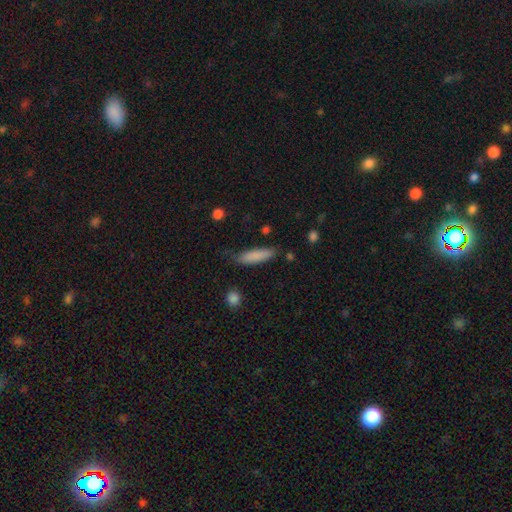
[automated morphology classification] This appears to be a smooth galaxy with no disk features (84%) that is cigar-shaped (68%). Merging: none (72%).